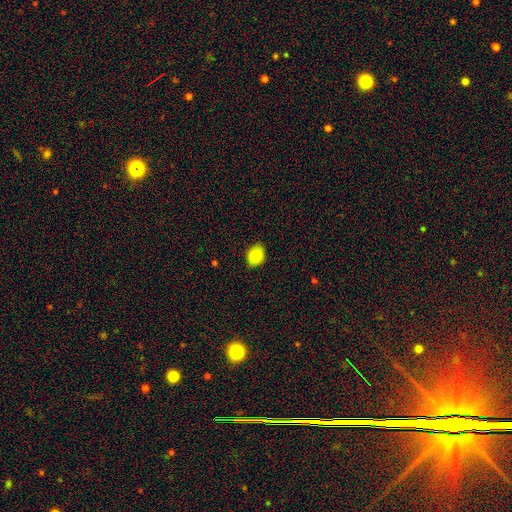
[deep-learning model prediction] Morphology: type=smooth (87%); roundness=in between (57%); merging=none (84%).